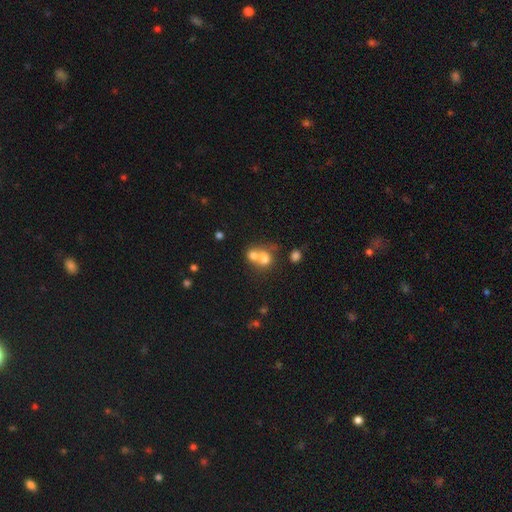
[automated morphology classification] Smooth or featured? smooth (70%)
How rounded? round (69%)
Merging? merger (64%)